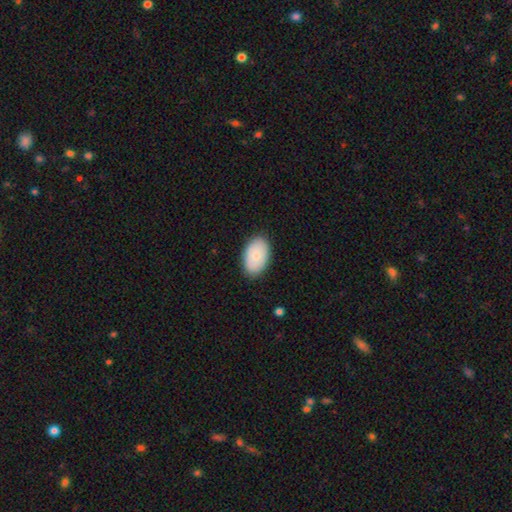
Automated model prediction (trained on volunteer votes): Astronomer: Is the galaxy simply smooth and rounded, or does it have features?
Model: smooth — 79%.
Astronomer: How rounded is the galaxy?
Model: in between — 93%.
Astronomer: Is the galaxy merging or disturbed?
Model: none — 87%.